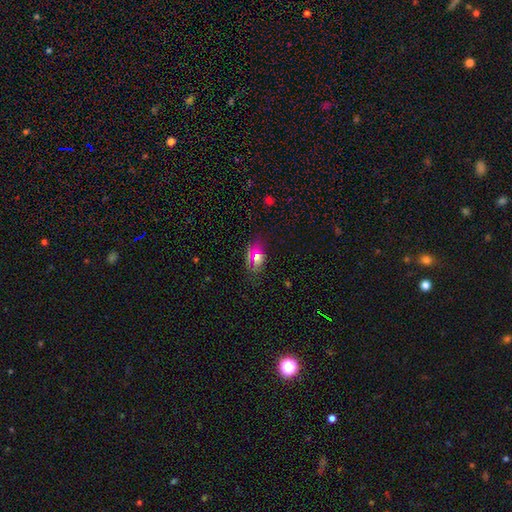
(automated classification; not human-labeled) This is likely a smooth galaxy (65%). How rounded: clearly in between (83%). Merging: clearly none (80%).